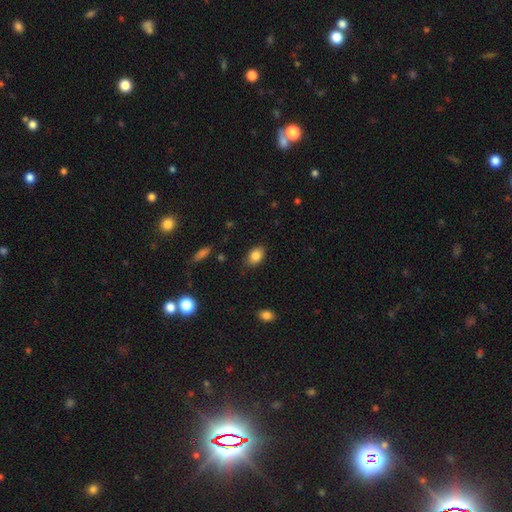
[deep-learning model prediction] Smooth or featured: smooth — 84% (star or artifact — 9%)
How rounded: in between — 82% (round — 16%)
Merging: none — 79% (minor disturbance — 17%)